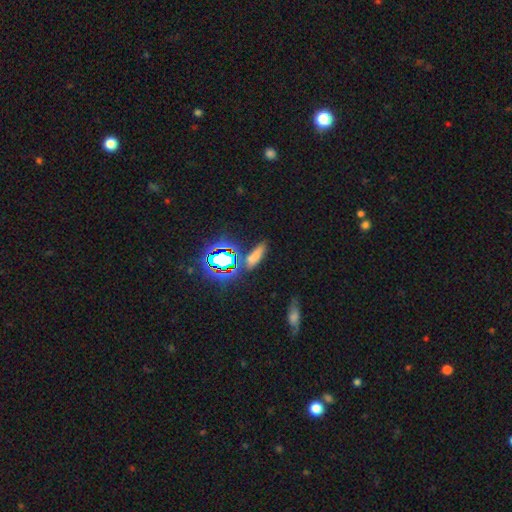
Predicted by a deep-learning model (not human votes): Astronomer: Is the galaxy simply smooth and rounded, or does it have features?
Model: smooth — 61%.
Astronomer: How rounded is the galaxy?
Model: cigar-shaped — 47% (runner-up: in between, 46%).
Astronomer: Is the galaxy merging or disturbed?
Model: none — 71%.